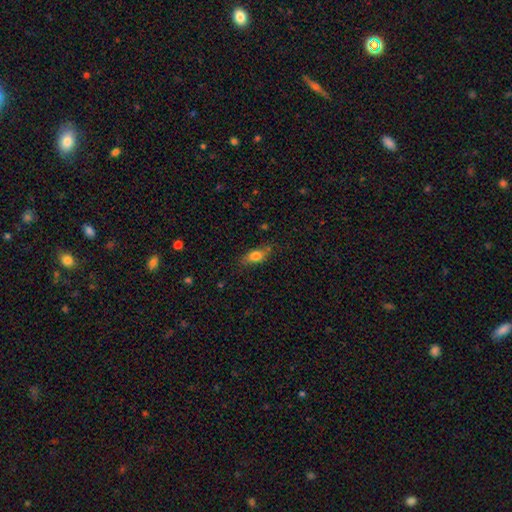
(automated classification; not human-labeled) This appears to be a smooth galaxy with no disk features (77%) that is in between round and cigar-shaped (79%). Merging: none (73%).